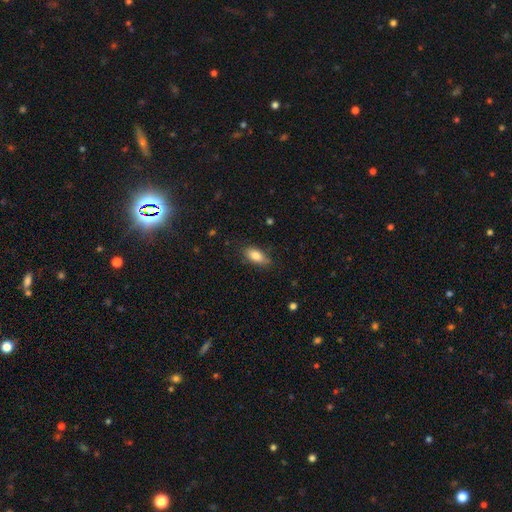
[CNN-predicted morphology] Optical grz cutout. It shows a smooth galaxy with no disk features (82%) that is in between round and cigar-shaped (86%). Merging: none (79%).